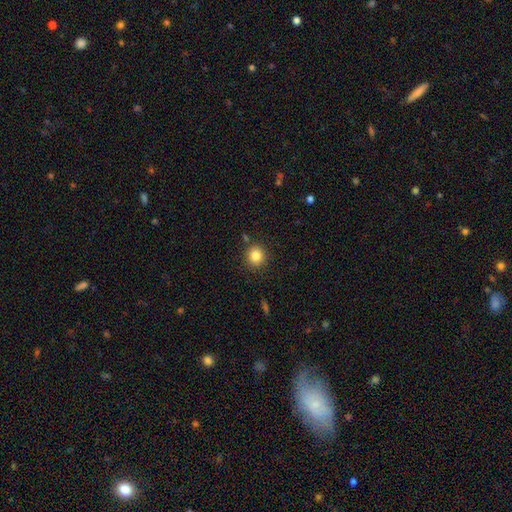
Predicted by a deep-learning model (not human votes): A smooth galaxy with no disk features (83%) that is round (87%). Merging: none (86%).